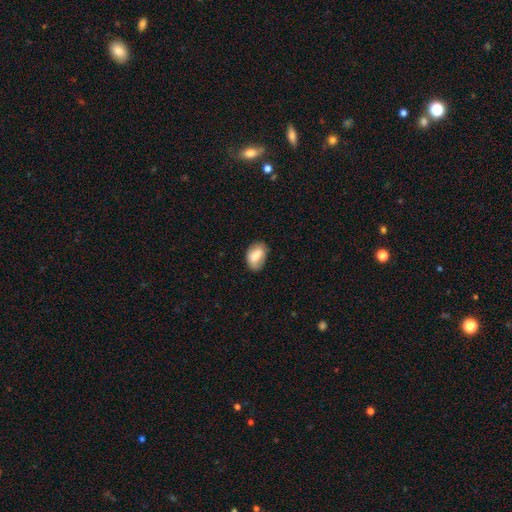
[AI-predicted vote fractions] smooth 77%, featured or disk 15%, star or artifact 7%. Down the decision tree: how rounded — in between (87%); merging — none (67%).